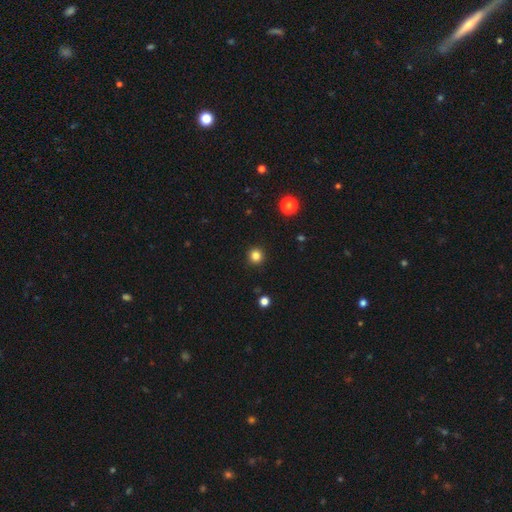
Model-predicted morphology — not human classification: A smooth galaxy with no disk features (84%) that is round (94%).

Vote fractions:
- Smooth or featured? smooth: 84% / star or artifact: 13% / featured or disk: 4%
- How rounded? round: 94% / in between: 5% / cigar-shaped: 1%
- Merging? none: 92% / minor disturbance: 5% / major disturbance: 2% / merger: 1%